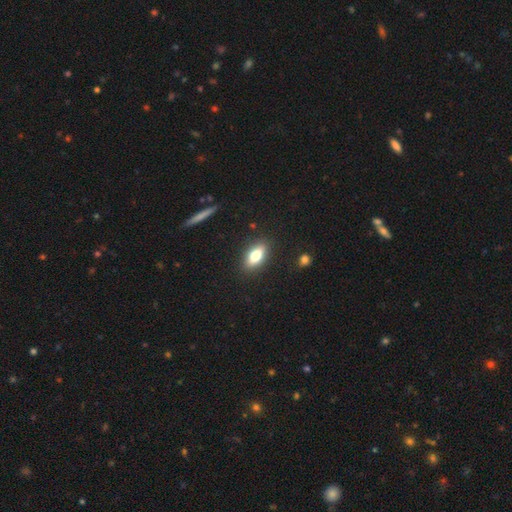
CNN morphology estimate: A smooth galaxy with no disk features (75%) that is in between round and cigar-shaped (84%).

Vote fractions:
- Smooth or featured? smooth: 75% / featured or disk: 17% / star or artifact: 8%
- How rounded? in between: 84% / cigar-shaped: 11% / round: 5%
- Merging? none: 87% / minor disturbance: 9% / major disturbance: 2% / merger: 1%